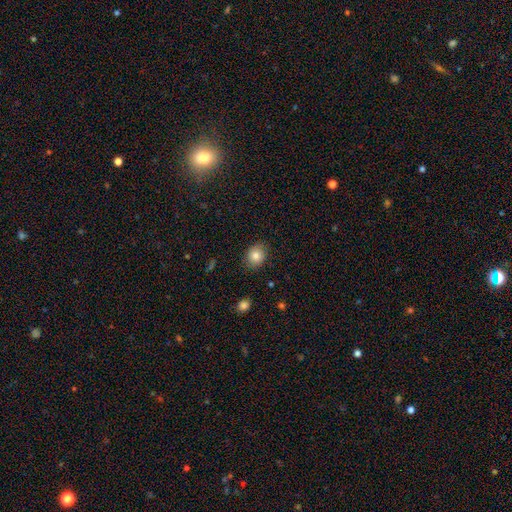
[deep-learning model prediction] Smooth or featured: smooth — 82% (featured or disk — 9%)
How rounded: round — 50% (in between — 49%)
Merging: none — 86% (minor disturbance — 11%)